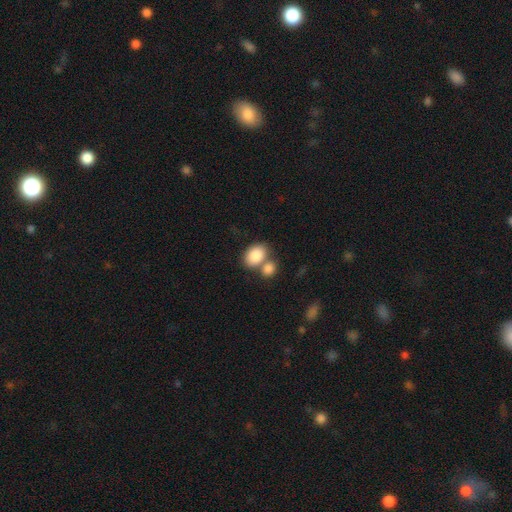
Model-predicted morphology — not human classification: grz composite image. It shows a smooth galaxy with no disk features (84%) that is in between round and cigar-shaped (69%). Merging: merger (44%).